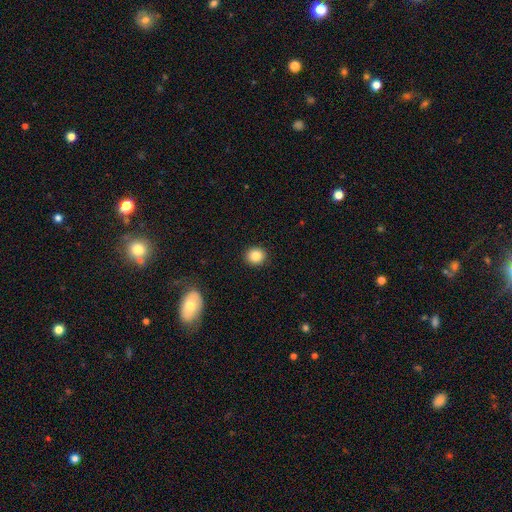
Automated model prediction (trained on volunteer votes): A smooth galaxy with no disk features (84%) that is round (85%).

Vote fractions:
- Smooth or featured? smooth: 84% / star or artifact: 9% / featured or disk: 6%
- How rounded? round: 85% / in between: 14% / cigar-shaped: 1%
- Merging? none: 92% / minor disturbance: 5% / major disturbance: 2% / merger: 1%